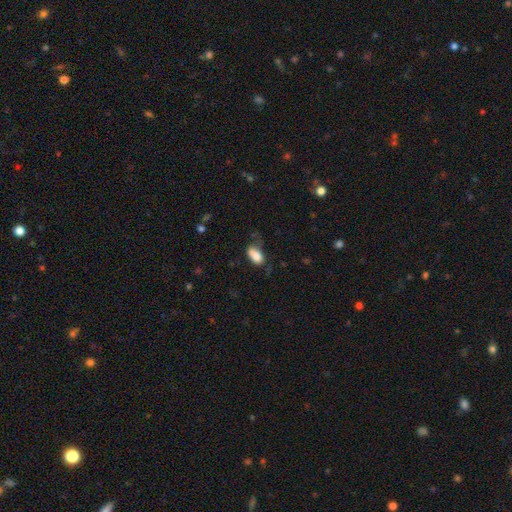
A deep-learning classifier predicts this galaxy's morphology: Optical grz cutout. It shows a smooth galaxy with no disk features (77%) that is in between round and cigar-shaped (88%). Merging: none (33%).